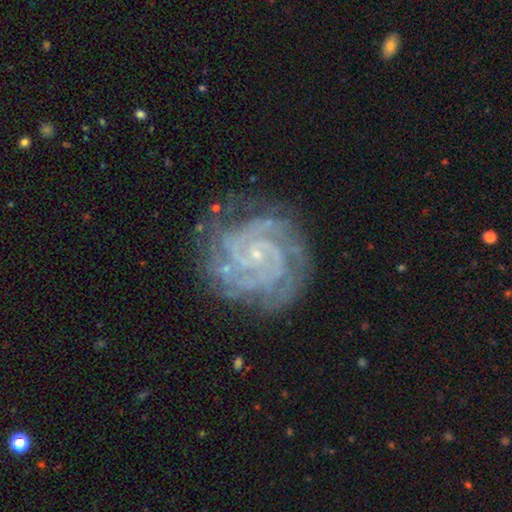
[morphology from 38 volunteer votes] Overall: featured or disk (95%). Edge-on disk: no (100%). Bar: no (75%). Spiral arms: yes (97%). Spiral arm count: 2 (57%). Spiral winding: tight (91%). Bulge size: small (94%). Merging: none (71%).